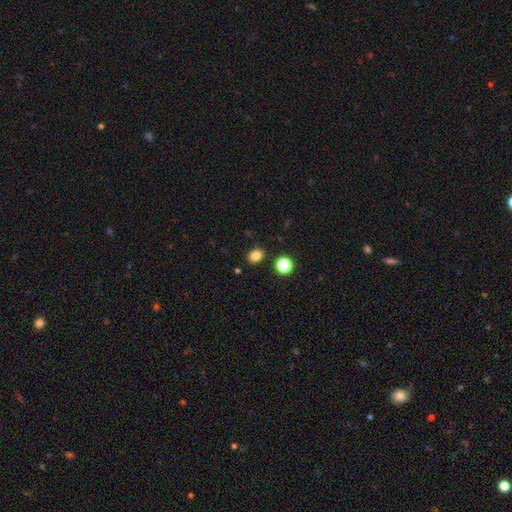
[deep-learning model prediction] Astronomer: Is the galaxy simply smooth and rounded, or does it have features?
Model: smooth — 82%.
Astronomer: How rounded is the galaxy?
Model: in between — 59% (runner-up: round, 40%).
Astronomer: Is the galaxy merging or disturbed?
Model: none — 85%.